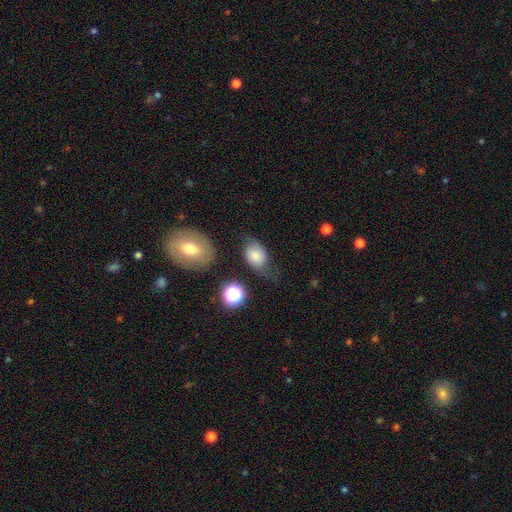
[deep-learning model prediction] A smooth galaxy with no disk features (69%) that is in between round and cigar-shaped (78%). Merging: none (49%).